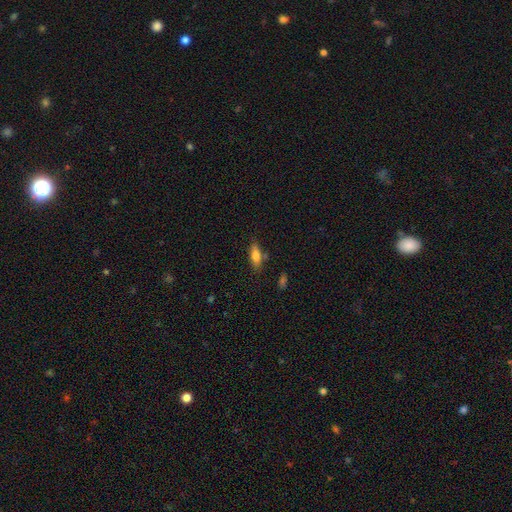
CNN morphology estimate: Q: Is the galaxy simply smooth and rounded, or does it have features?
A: smooth — 73%.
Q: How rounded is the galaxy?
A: in between — 68%.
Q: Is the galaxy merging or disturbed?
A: none — 74%.